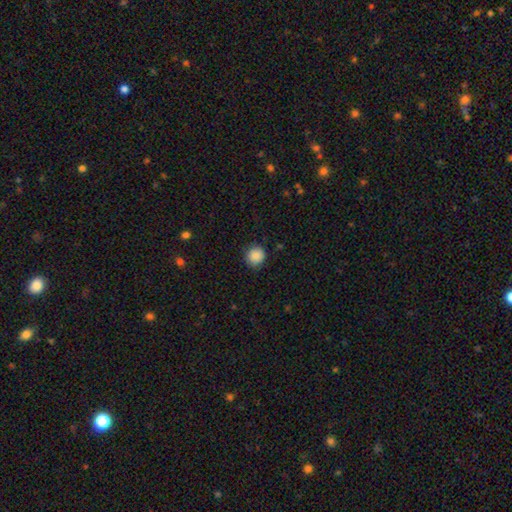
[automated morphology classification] Smooth or featured: smooth — 89% (star or artifact — 9%)
How rounded: round — 92% (in between — 7%)
Merging: none — 88% (minor disturbance — 8%)